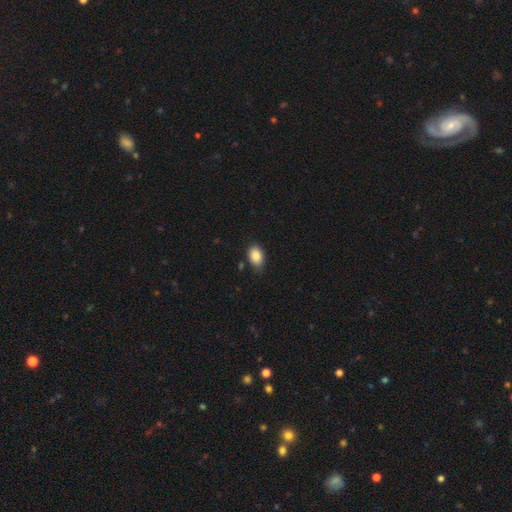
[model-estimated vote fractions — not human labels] A smooth galaxy with no disk features (86%) that is in between round and cigar-shaped (84%).

Vote fractions:
- Smooth or featured? smooth: 86% / star or artifact: 8% / featured or disk: 6%
- How rounded? in between: 84% / round: 15% / cigar-shaped: 1%
- Merging? none: 77% / minor disturbance: 18% / major disturbance: 3% / merger: 2%